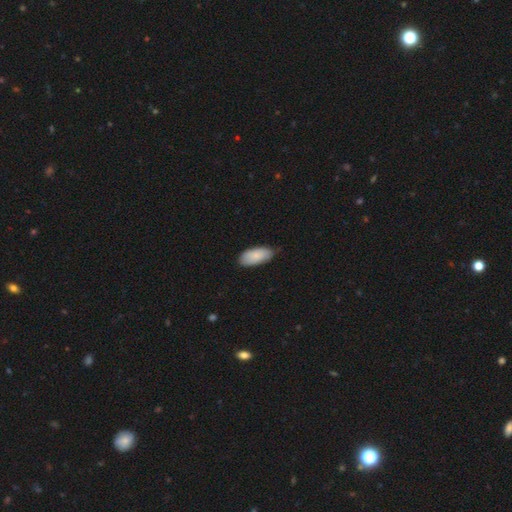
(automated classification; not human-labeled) Overall: smooth (84%). How rounded: in between (92%). Merging: none (71%).